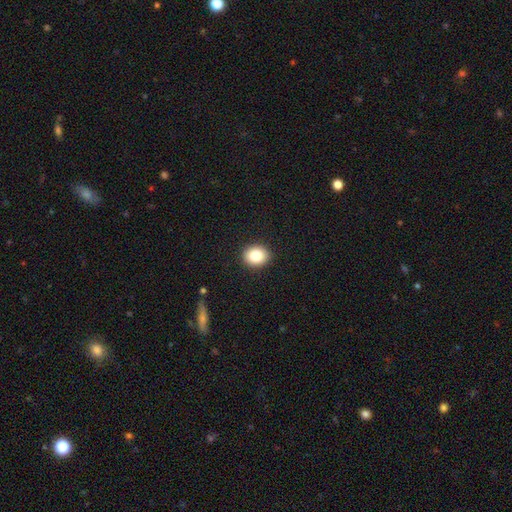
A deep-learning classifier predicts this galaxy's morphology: Overall: smooth (84%). How rounded: round (62%; in between 37%). Merging: none (91%).